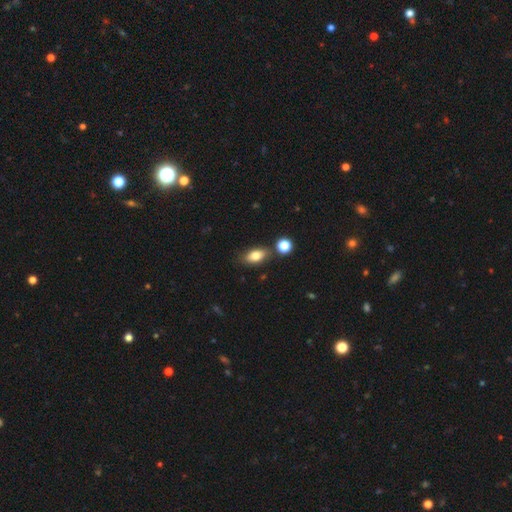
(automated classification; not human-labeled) Smooth or featured: smooth — 80% (featured or disk — 11%)
How rounded: in between — 87% (round — 8%)
Merging: none — 76% (minor disturbance — 13%)